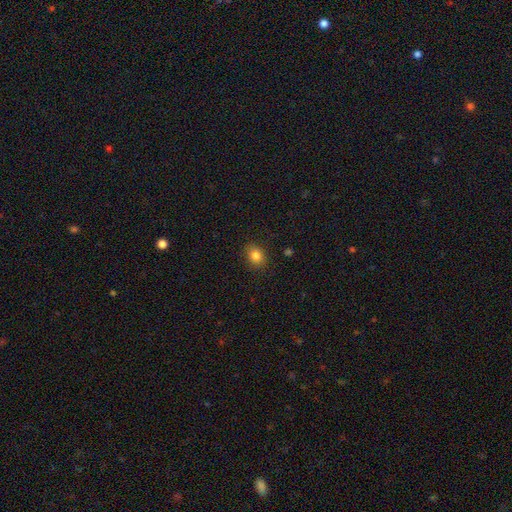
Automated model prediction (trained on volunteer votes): The model was most divided on "how rounded": round: 50%, in between: 49%, cigar-shaped: 1%. More confident: merging — none (88%); smooth or featured — smooth (83%).